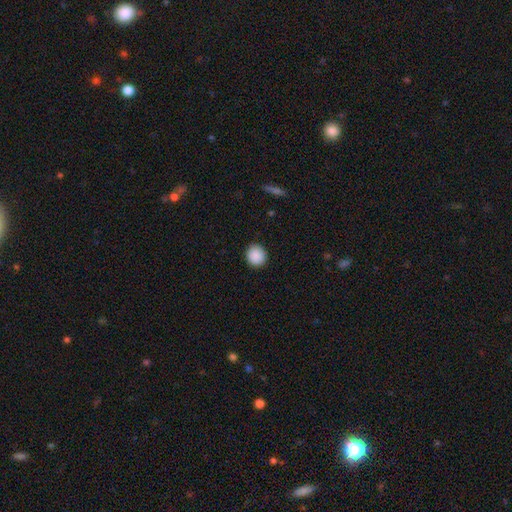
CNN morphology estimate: Overall: smooth (90%). How rounded: round (89%). Merging: none (91%).